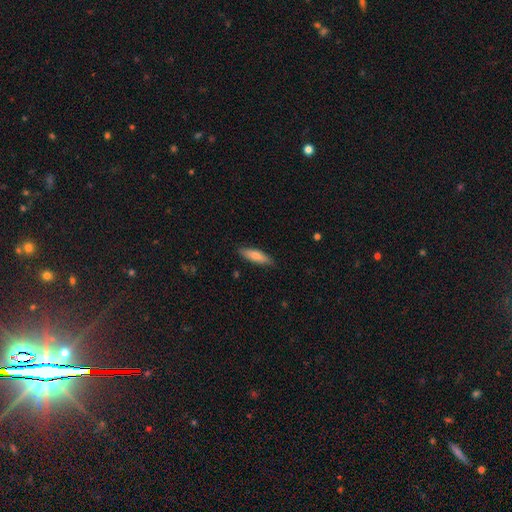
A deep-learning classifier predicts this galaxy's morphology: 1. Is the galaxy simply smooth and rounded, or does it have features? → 78% smooth, 16% featured or disk, 6% star or artifact.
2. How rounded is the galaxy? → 63% cigar-shaped, 35% in between, 2% round.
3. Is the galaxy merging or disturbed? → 87% none, 10% minor disturbance, 2% major disturbance, 1% merger.